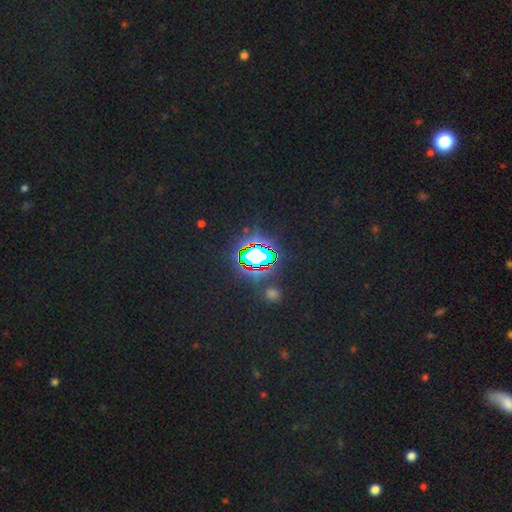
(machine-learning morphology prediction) Smooth or featured? star or artifact (76%)